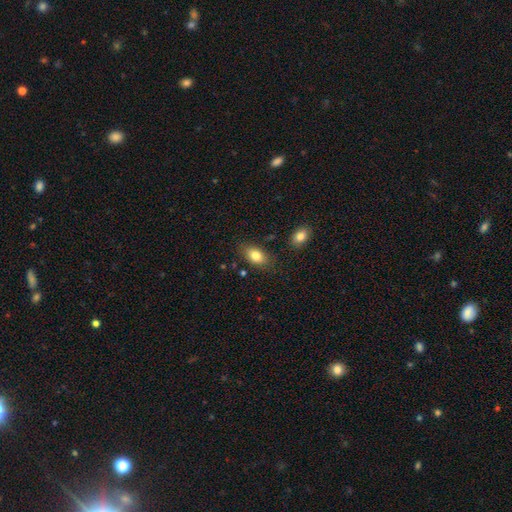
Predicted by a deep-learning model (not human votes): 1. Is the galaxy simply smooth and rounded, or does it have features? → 81% smooth, 11% featured or disk, 8% star or artifact.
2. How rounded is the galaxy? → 88% in between, 9% round, 2% cigar-shaped.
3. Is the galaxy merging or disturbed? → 79% none, 14% minor disturbance, 3% merger, 3% major disturbance.